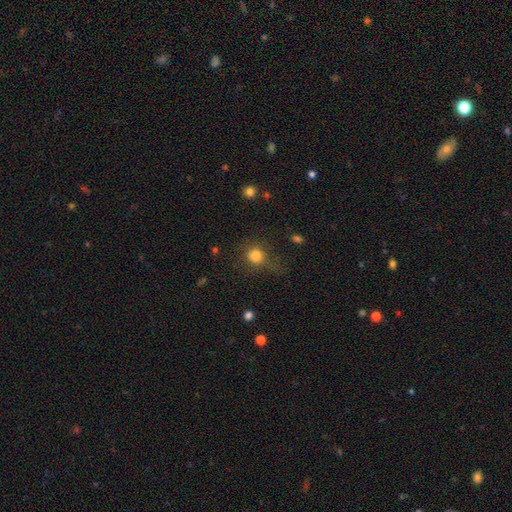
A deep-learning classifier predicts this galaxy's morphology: Smooth or featured: smooth — 80% (star or artifact — 12%)
How rounded: round — 85% (in between — 14%)
Merging: none — 58% (minor disturbance — 21%)